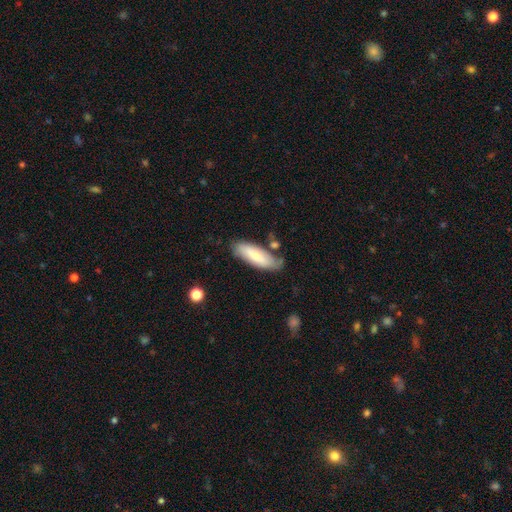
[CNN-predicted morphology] smooth 68%, featured or disk 26%, star or artifact 6%. Down the decision tree: how rounded — in between (61%); merging — none (70%).